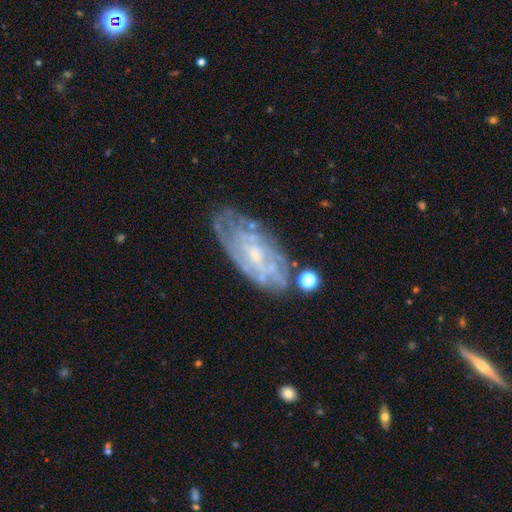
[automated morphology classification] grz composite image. It shows a featured or disk galaxy (71%) with no bar (63%), spiral arms (72%) and a small central bulge (67%). Merging: none (67%).